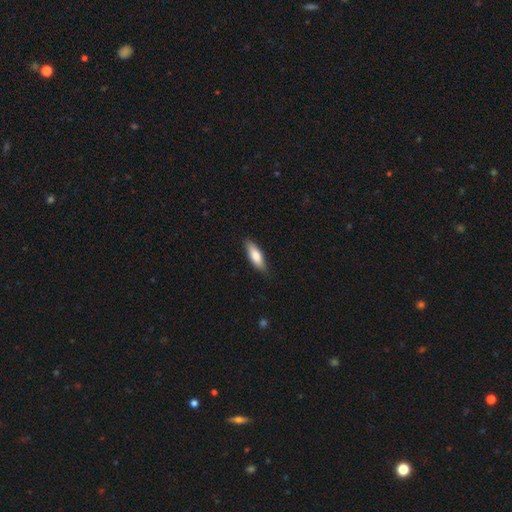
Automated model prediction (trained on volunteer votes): The model was most divided on "how rounded": in between: 59%, cigar-shaped: 39%, round: 2%. More confident: merging — none (84%); smooth or featured — smooth (79%).